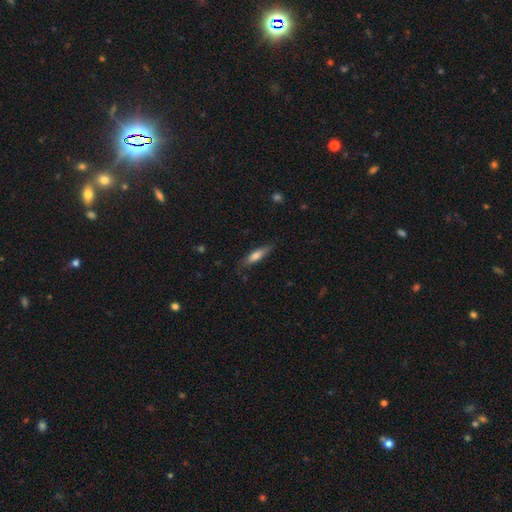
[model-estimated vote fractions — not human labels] Q: Smooth or featured?
A: smooth (67%); runner-up: featured or disk (26%)
Q: How rounded?
A: cigar-shaped (69%); runner-up: in between (29%)
Q: Merging?
A: none (79%); runner-up: minor disturbance (16%)